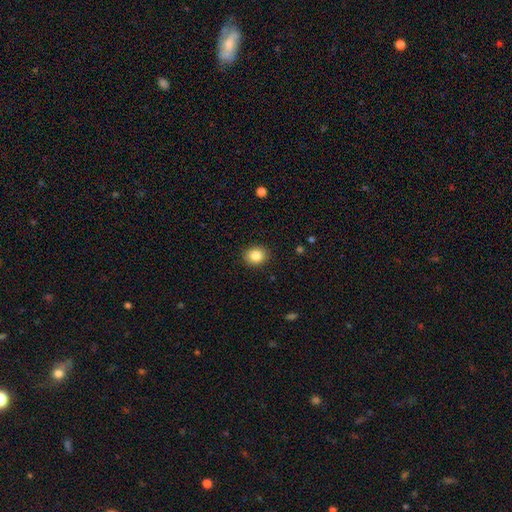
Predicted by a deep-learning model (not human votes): Q: Smooth or featured?
A: smooth (85%); runner-up: star or artifact (9%)
Q: How rounded?
A: round (69%); runner-up: in between (30%)
Q: Merging?
A: none (90%); runner-up: minor disturbance (7%)